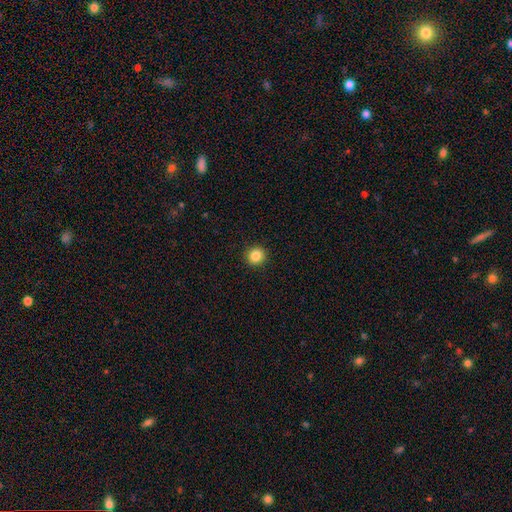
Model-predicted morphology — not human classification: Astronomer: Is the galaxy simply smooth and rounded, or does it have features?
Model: smooth — 85%.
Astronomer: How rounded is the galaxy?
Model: round — 91%.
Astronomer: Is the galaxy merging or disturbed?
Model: none — 93%.